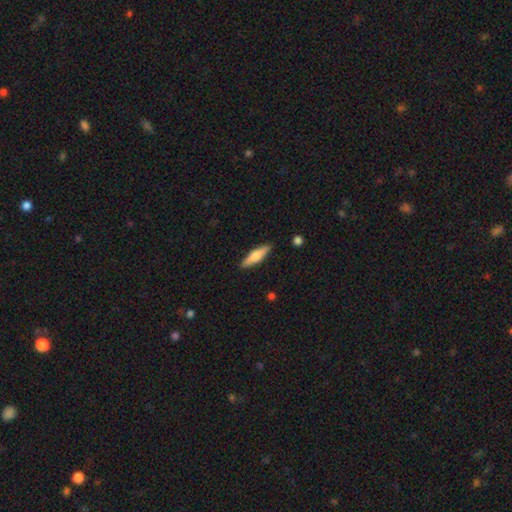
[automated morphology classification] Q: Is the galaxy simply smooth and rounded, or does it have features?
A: smooth — 58%.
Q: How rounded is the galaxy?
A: cigar-shaped — 71%.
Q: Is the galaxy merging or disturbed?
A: none — 89%.